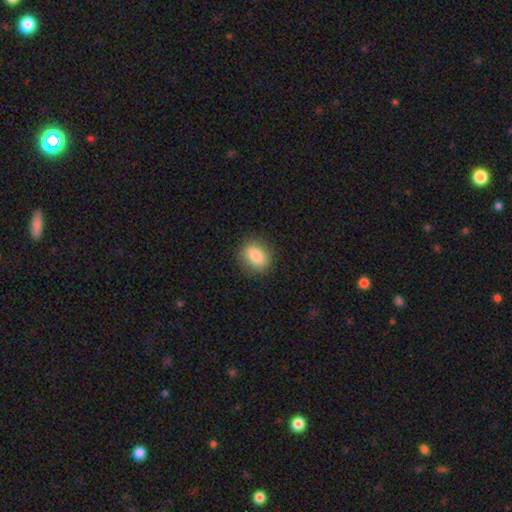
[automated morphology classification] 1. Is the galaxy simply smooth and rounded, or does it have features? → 84% smooth, 8% star or artifact, 7% featured or disk.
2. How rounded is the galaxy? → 57% in between, 41% round, 2% cigar-shaped.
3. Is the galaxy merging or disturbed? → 85% none, 11% minor disturbance, 3% major disturbance, 1% merger.